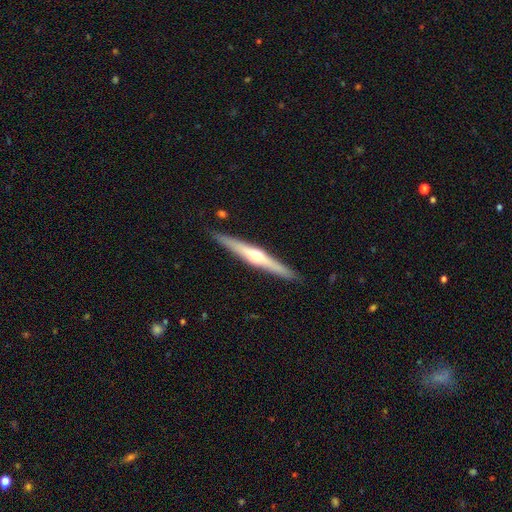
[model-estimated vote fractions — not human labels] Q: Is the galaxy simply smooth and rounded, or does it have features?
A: featured or disk — 71%.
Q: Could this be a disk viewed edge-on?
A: yes — 98%.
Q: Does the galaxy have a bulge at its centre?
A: rounded — 90%.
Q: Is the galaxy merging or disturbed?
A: none — 90%.